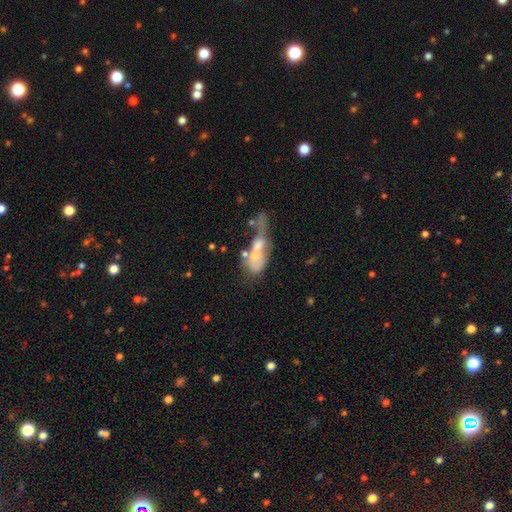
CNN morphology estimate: smooth_or_featured: featured or disk (p=0.47) [alt: smooth p=0.42]
merging: merger (p=0.47) [alt: major disturbance p=0.28]